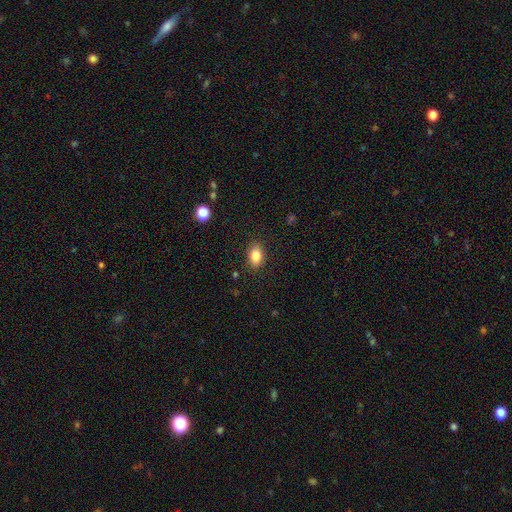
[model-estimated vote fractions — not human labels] Smooth or featured: smooth — 83% (star or artifact — 9%)
How rounded: in between — 82% (round — 16%)
Merging: none — 87% (minor disturbance — 9%)